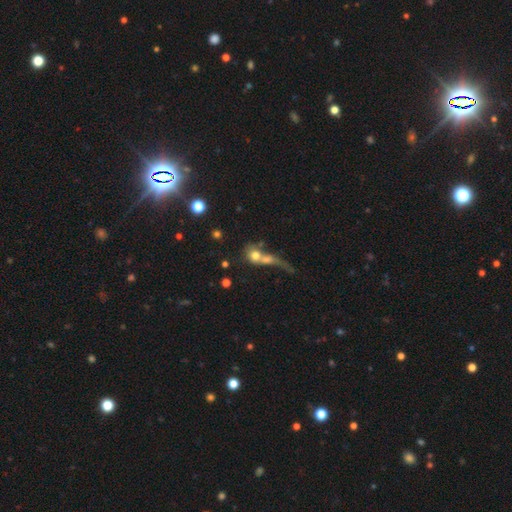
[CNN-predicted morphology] smooth_or_featured: smooth (p=0.64) [alt: featured or disk p=0.24]
how_rounded: round (p=0.62) [alt: in between p=0.32]
merging: merger (p=0.59) [alt: none p=0.17]